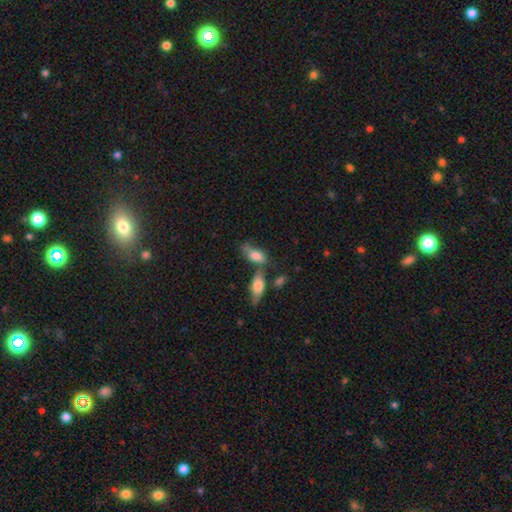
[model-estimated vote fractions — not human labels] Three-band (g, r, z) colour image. It shows a smooth galaxy with no disk features (75%) that is in between round and cigar-shaped (83%). Merging: none (39%).